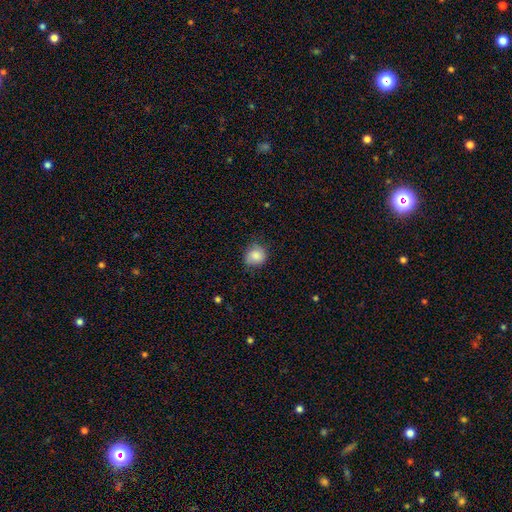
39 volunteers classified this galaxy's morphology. Q: Smooth or featured?
A: smooth (72%); runner-up: featured or disk (18%)
Q: How rounded?
A: round (71%); runner-up: in between (29%)
Q: Merging?
A: none (63%); runner-up: minor disturbance (34%)